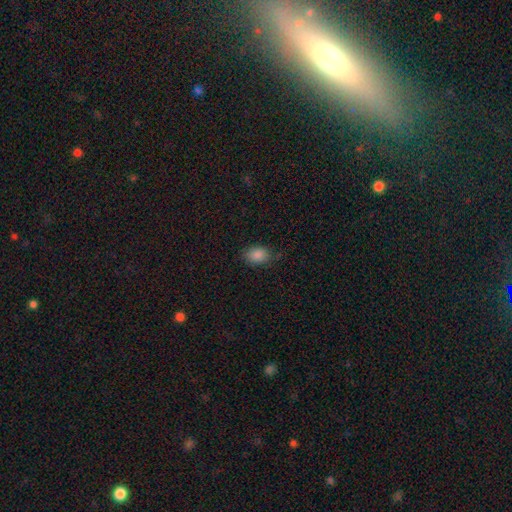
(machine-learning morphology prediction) smooth_or_featured: smooth (p=0.86) [alt: star or artifact p=0.09]
how_rounded: in between (p=0.78) [alt: round p=0.20]
merging: none (p=0.79) [alt: minor disturbance p=0.17]